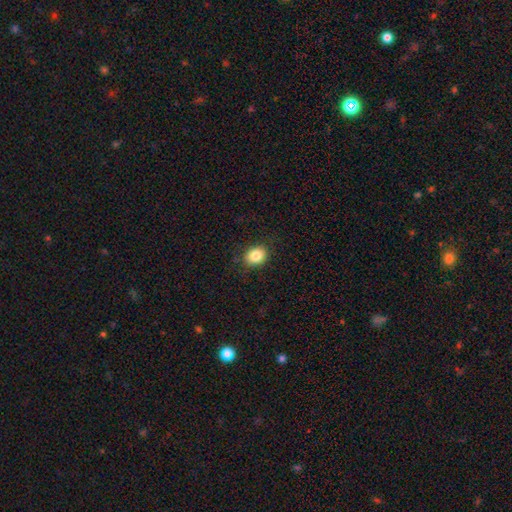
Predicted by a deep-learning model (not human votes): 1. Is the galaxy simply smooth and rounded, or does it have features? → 85% smooth, 9% star or artifact, 6% featured or disk.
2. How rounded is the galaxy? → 51% in between, 48% round, 1% cigar-shaped.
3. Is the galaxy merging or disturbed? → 87% none, 10% minor disturbance, 3% major disturbance, 1% merger.